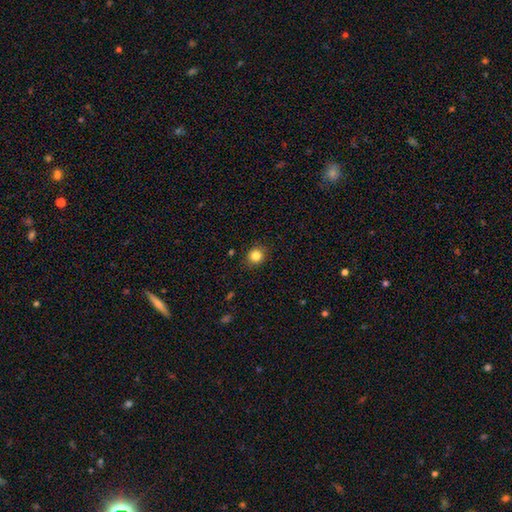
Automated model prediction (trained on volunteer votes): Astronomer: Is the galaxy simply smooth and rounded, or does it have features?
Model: smooth — 83%.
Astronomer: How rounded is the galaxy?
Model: round — 83%.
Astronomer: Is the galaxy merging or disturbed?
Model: none — 89%.